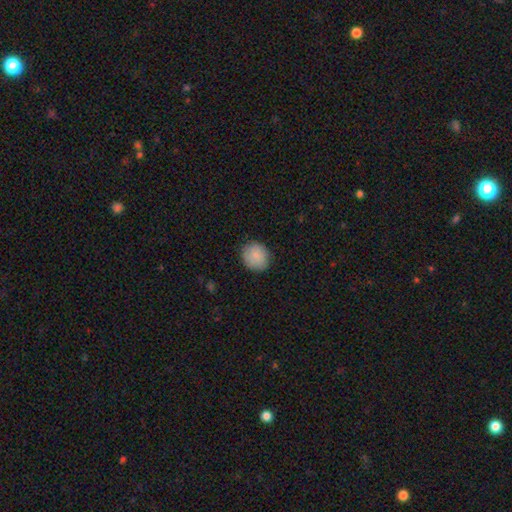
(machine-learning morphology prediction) A smooth galaxy with no disk features (86%) that is round (79%). Merging: none (85%).